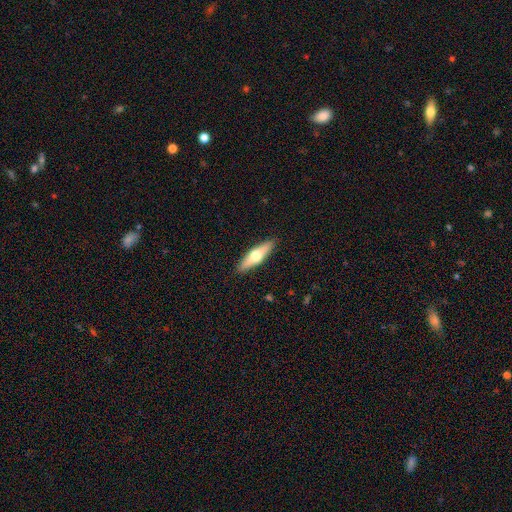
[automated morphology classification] A smooth galaxy with no disk features (49%). Merging: none (90%).